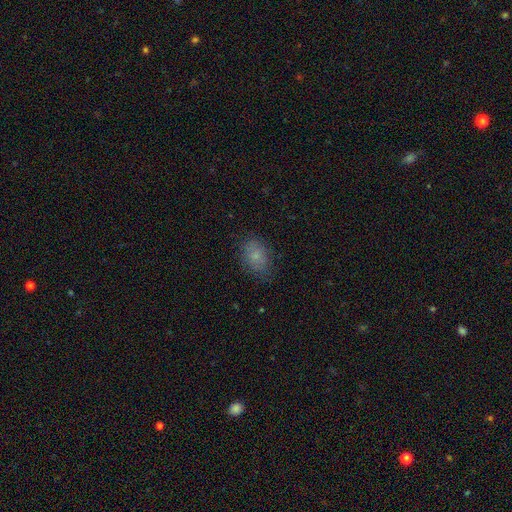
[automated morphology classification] This is likely a smooth galaxy (78%). How rounded: likely in between (80%). Merging: likely none (77%).